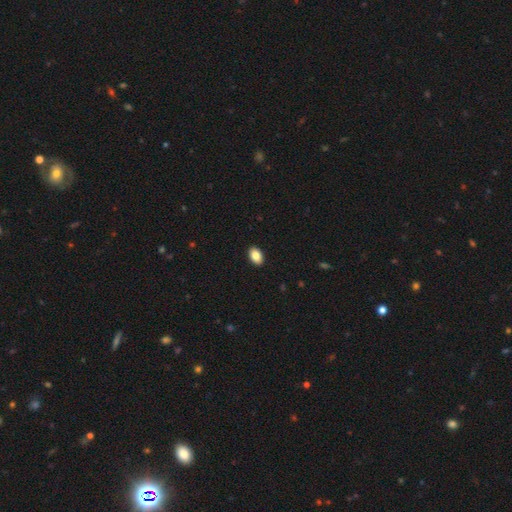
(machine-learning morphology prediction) This appears to be a smooth galaxy with no disk features (86%) that is in between round and cigar-shaped (89%). Merging: none (91%).